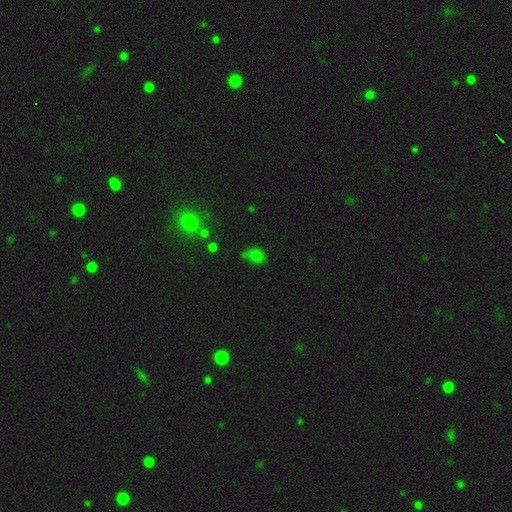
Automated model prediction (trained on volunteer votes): smooth 66%, star or artifact 27%, featured or disk 8%. Down the decision tree: how rounded — in between (68%); merging — none (51%).